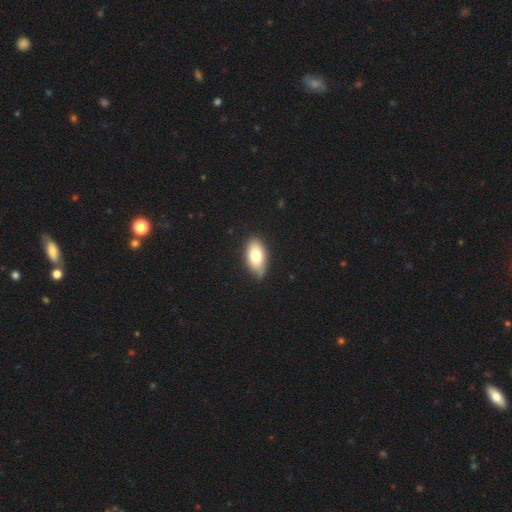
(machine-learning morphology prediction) smooth-or-featured: smooth: 75% | featured or disk: 18% | star or artifact: 7%
  how-rounded: in between: 92% | round: 5% | cigar-shaped: 3%
  merging: none: 75% | minor disturbance: 21% | major disturbance: 3% | merger: 1%